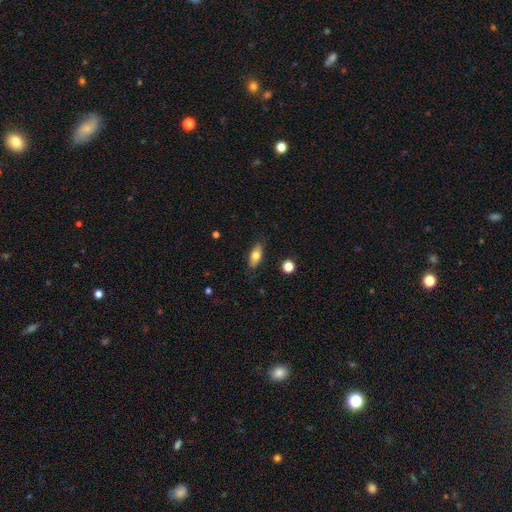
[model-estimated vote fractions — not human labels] Smooth or featured? smooth (74%)
How rounded? in between (82%)
Merging? none (84%)